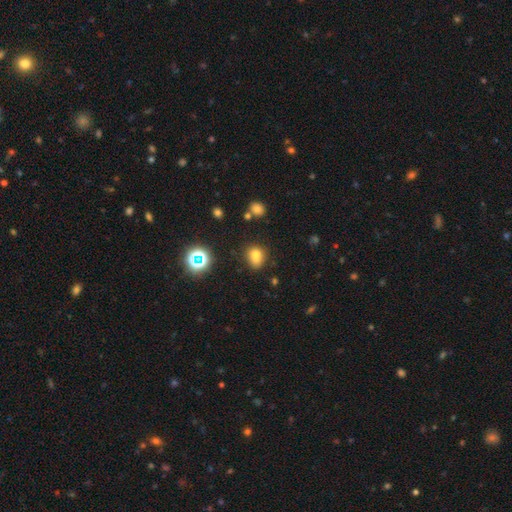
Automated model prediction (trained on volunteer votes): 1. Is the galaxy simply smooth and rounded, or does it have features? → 69% smooth, 19% star or artifact, 12% featured or disk.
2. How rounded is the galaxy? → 51% round, 48% in between, 1% cigar-shaped.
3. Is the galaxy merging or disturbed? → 47% none, 34% merger, 14% minor disturbance, 5% major disturbance.